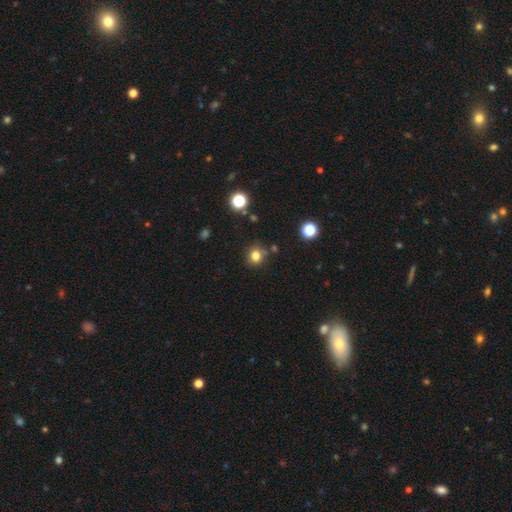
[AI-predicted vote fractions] A smooth galaxy with no disk features (79%) that is round (81%).

Vote fractions:
- Smooth or featured? smooth: 79% / star or artifact: 15% / featured or disk: 6%
- How rounded? round: 81% / in between: 18% / cigar-shaped: 1%
- Merging? none: 79% / minor disturbance: 12% / merger: 6% / major disturbance: 3%